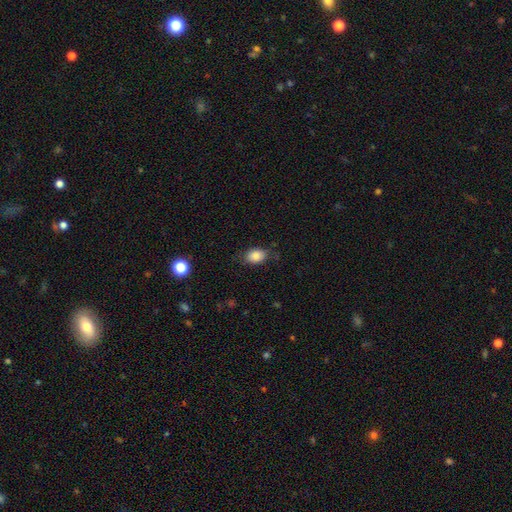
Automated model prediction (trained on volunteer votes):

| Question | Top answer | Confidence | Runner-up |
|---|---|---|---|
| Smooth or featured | smooth | 85% | star or artifact (9%) |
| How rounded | in between | 77% | round (21%) |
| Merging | none | 75% | minor disturbance (18%) |